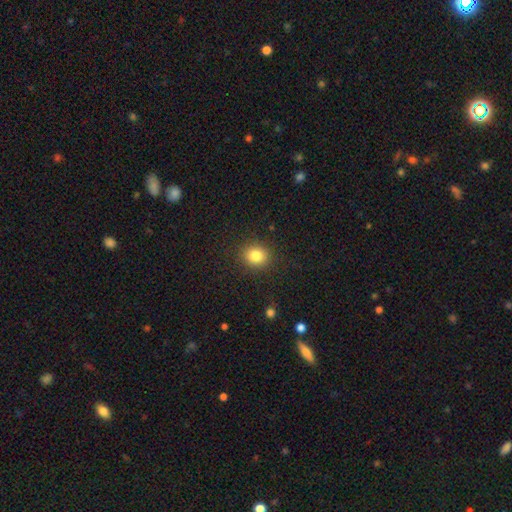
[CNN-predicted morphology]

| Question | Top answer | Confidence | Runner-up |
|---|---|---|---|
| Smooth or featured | smooth | 82% | star or artifact (11%) |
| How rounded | round | 80% | in between (19%) |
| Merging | none | 90% | minor disturbance (7%) |